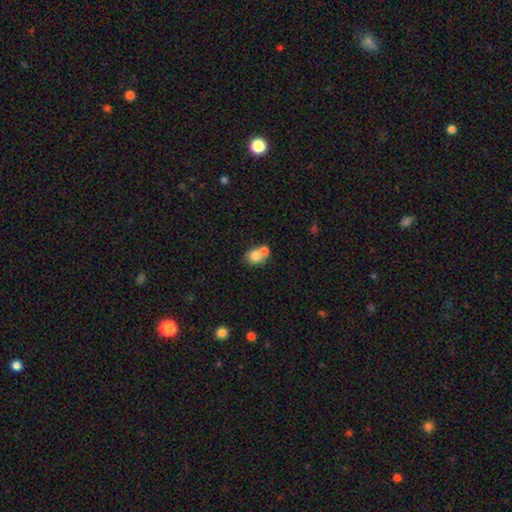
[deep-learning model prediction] smooth-or-featured: smooth: 78% | featured or disk: 13% | star or artifact: 9%
  how-rounded: round: 63% | in between: 36% | cigar-shaped: 1%
  merging: merger: 55% | none: 33% | minor disturbance: 8% | major disturbance: 4%